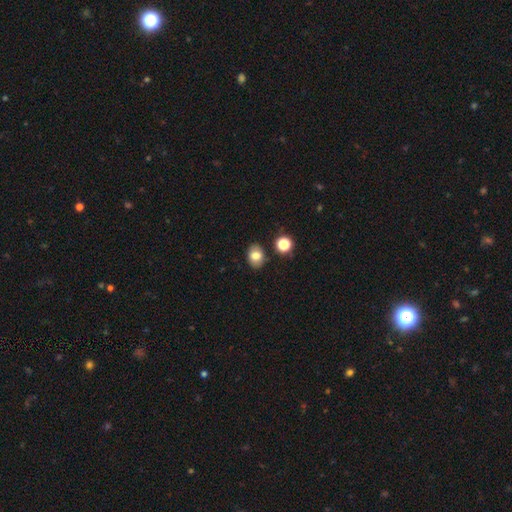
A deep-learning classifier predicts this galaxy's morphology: smooth_or_featured: smooth (p=0.79) [alt: featured or disk p=0.11]
how_rounded: in between (p=0.66) [alt: round p=0.33]
merging: none (p=0.84) [alt: minor disturbance p=0.09]